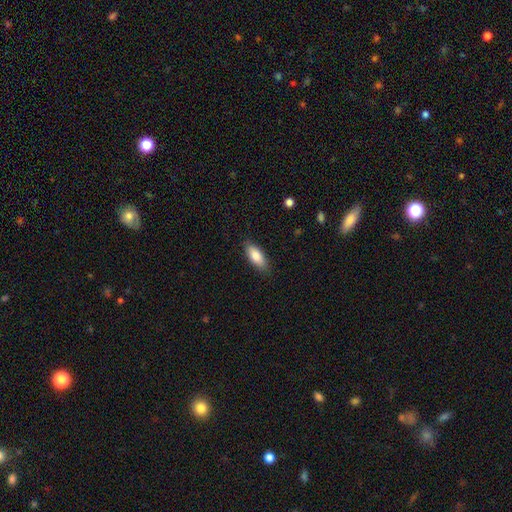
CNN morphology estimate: The model was most divided on "how rounded": in between: 77%, cigar-shaped: 21%, round: 2%. More confident: merging — none (85%); smooth or featured — smooth (83%).